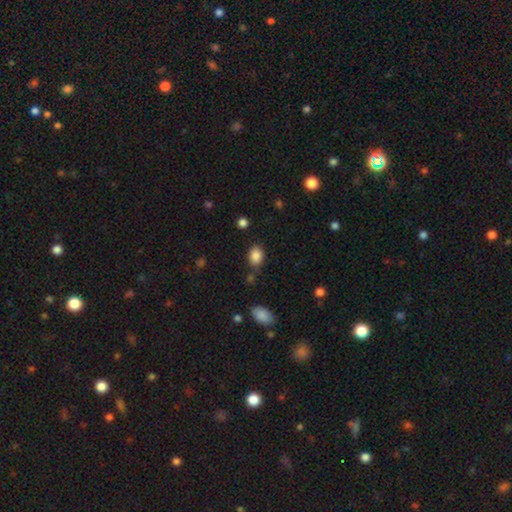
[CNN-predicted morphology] This appears to be a smooth galaxy with no disk features (86%) that is in between round and cigar-shaped (67%). Merging: none (75%).